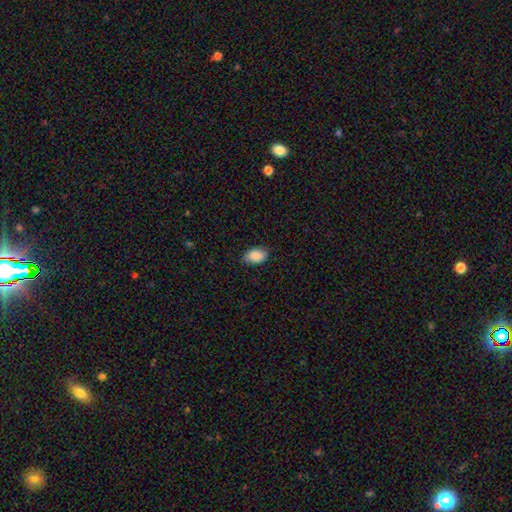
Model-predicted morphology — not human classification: smooth-or-featured: smooth: 88% | star or artifact: 7% | featured or disk: 5%
  how-rounded: in between: 90% | round: 9% | cigar-shaped: 1%
  merging: none: 83% | minor disturbance: 14% | major disturbance: 2% | merger: 1%